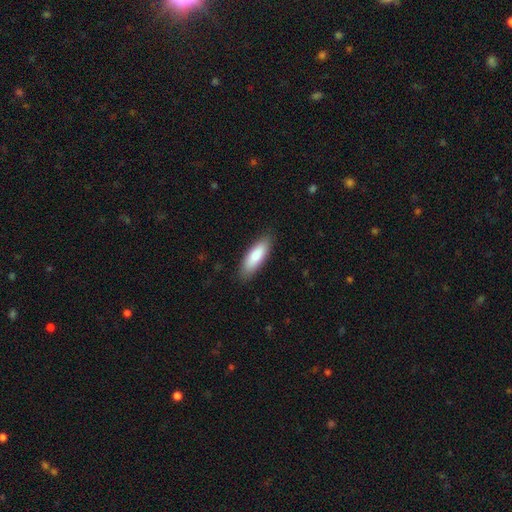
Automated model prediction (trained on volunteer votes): Smooth or featured? smooth (82%)
How rounded? in between (60%)
Merging? none (87%)